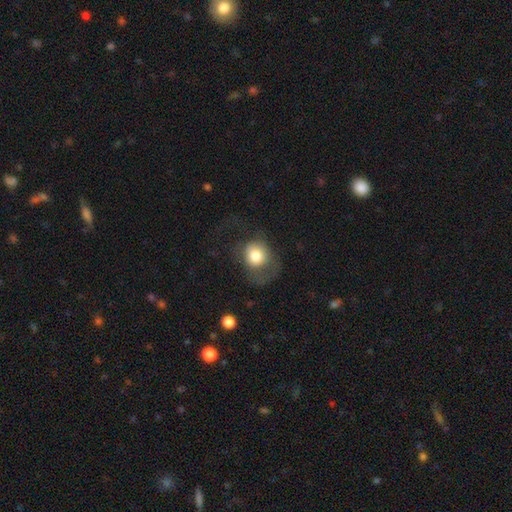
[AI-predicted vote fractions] Smooth or featured?
  - smooth: 75% *
  - featured or disk: 17%
  - star or artifact: 9%
How rounded?
  - round: 67% *
  - in between: 32%
  - cigar-shaped: 1%
Merging?
  - major disturbance: 42% *
  - none: 34%
  - minor disturbance: 22%
  - merger: 2%